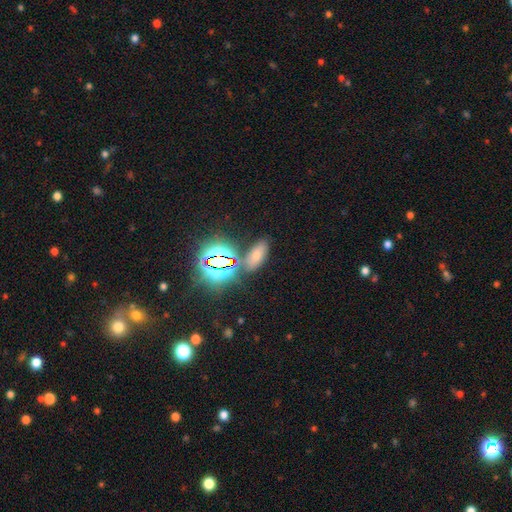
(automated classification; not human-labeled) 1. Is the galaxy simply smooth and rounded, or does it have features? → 57% smooth, 33% star or artifact, 10% featured or disk.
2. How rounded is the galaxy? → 81% in between, 10% cigar-shaped, 9% round.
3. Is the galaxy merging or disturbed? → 74% none, 12% minor disturbance, 9% merger, 5% major disturbance.